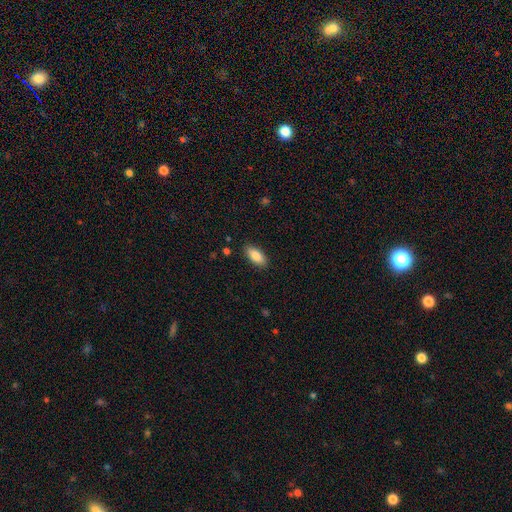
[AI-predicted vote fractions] Q: Smooth or featured?
A: smooth (85%); runner-up: featured or disk (8%)
Q: How rounded?
A: in between (88%); runner-up: cigar-shaped (10%)
Q: Merging?
A: none (88%); runner-up: minor disturbance (9%)